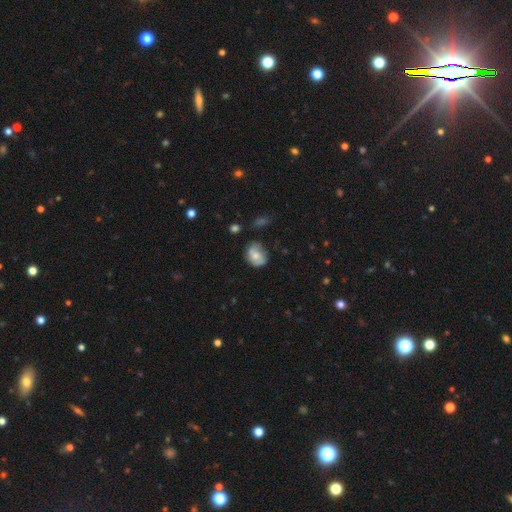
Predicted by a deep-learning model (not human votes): Morphology: type=smooth (62%); roundness=in between (50%); merging=none (49%).